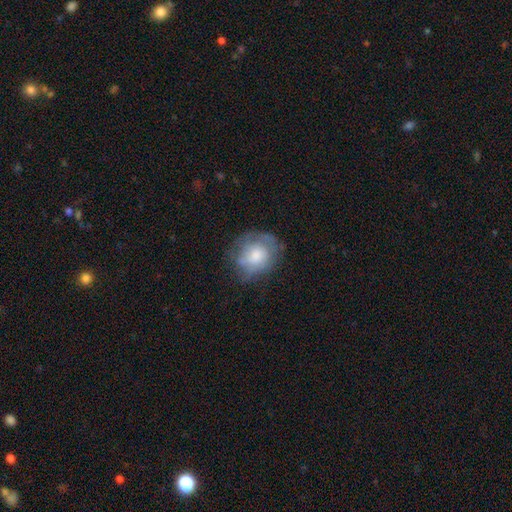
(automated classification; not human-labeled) This is possibly a smooth galaxy (54%). How rounded: likely round (73%). Merging: possibly none (59%).